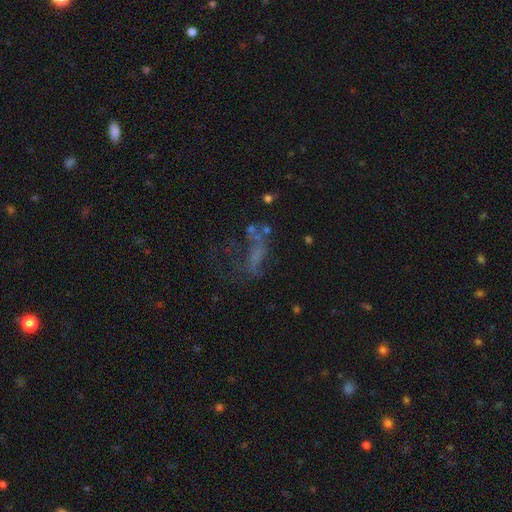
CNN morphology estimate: Q: Smooth or featured?
A: featured or disk (46%); runner-up: smooth (29%)
Q: Merging?
A: major disturbance (39%); runner-up: none (34%)